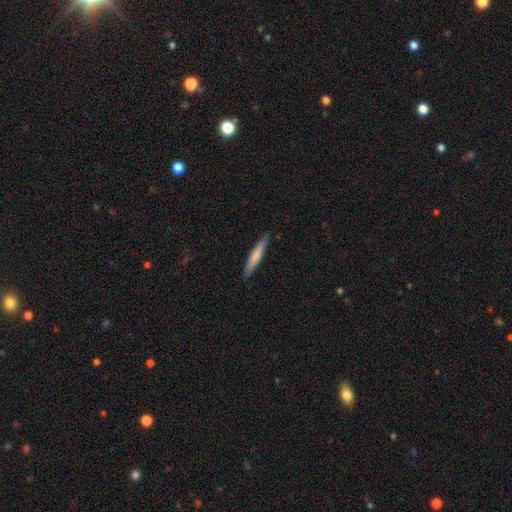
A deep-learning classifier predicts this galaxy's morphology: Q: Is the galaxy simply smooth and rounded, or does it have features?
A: smooth — 69%.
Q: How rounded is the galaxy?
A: cigar-shaped — 93%.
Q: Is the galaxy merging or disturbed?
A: none — 90%.